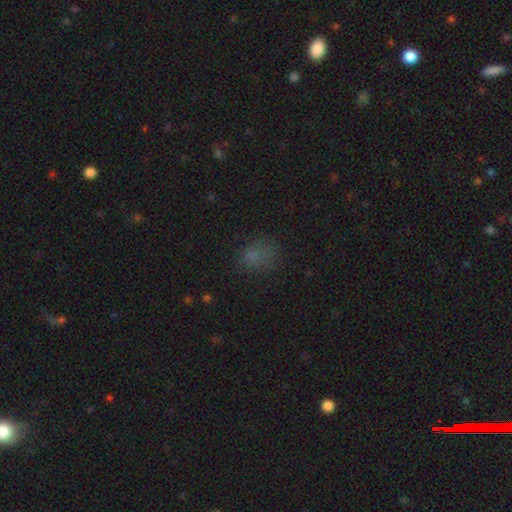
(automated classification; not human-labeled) A smooth galaxy with no disk features (66%) that is in between round and cigar-shaped (53%). Merging: none (58%).